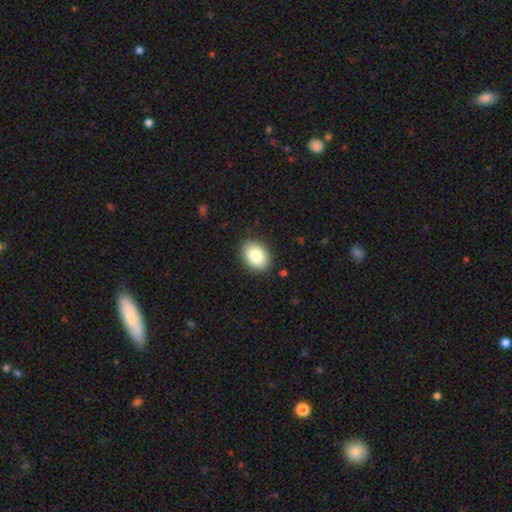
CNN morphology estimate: type=smooth (85%); roundness=in between (74%); merging=none (88%).